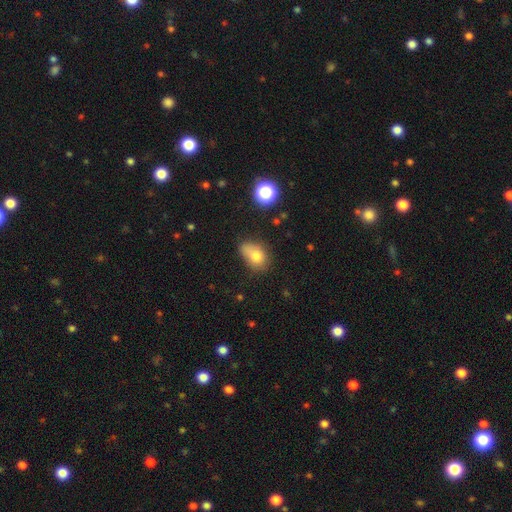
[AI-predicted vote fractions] Smooth or featured?
  - smooth: 76% *
  - featured or disk: 13%
  - star or artifact: 12%
How rounded?
  - in between: 70% *
  - round: 28%
  - cigar-shaped: 2%
Merging?
  - none: 42% *
  - minor disturbance: 32%
  - major disturbance: 13%
  - merger: 13%